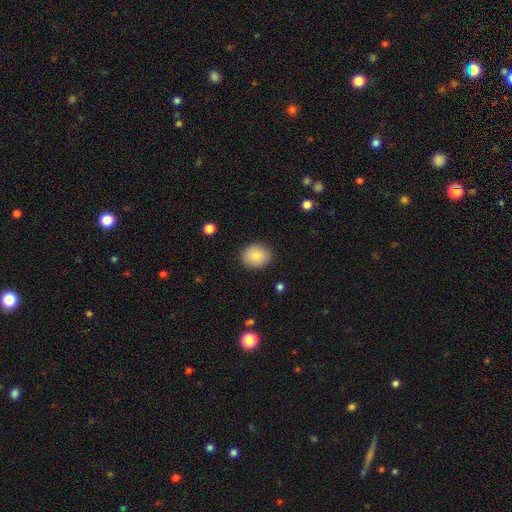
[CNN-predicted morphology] This is clearly a smooth galaxy (84%). How rounded: likely round (62%). Merging: clearly none (88%).